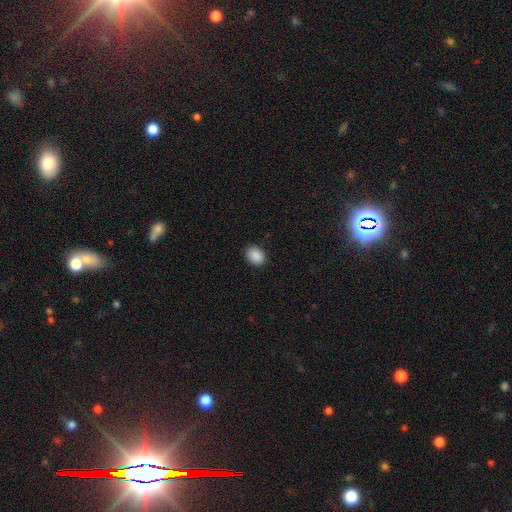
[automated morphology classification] Smooth or featured? Predicted: smooth (p=0.89). How rounded? Predicted: round (p=0.53). Merging? Predicted: none (p=0.88).